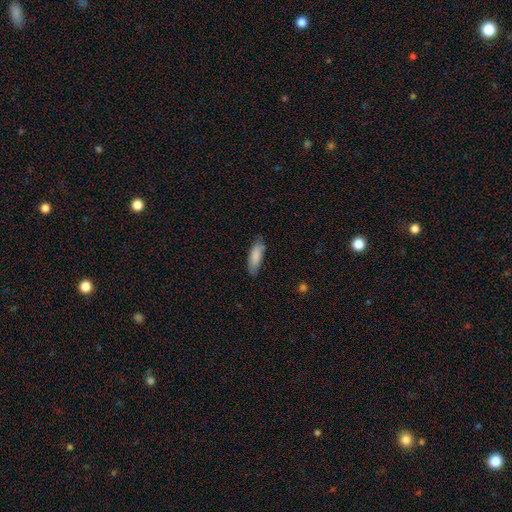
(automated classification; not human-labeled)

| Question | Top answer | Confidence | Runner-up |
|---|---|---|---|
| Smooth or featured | smooth | 85% | featured or disk (9%) |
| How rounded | in between | 58% | cigar-shaped (40%) |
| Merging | none | 72% | minor disturbance (22%) |